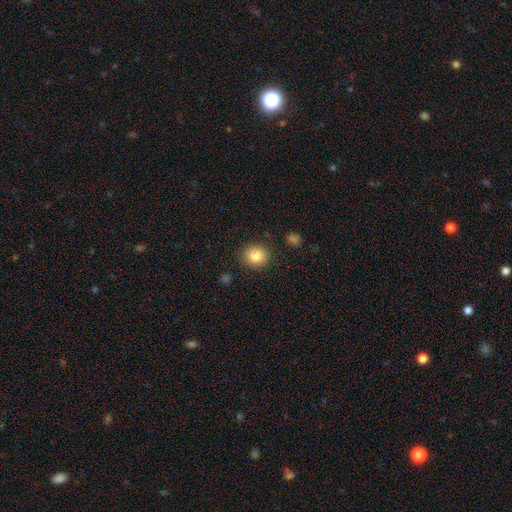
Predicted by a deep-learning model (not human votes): Smooth or featured: smooth — 84% (star or artifact — 10%)
How rounded: round — 84% (in between — 15%)
Merging: none — 88% (minor disturbance — 8%)